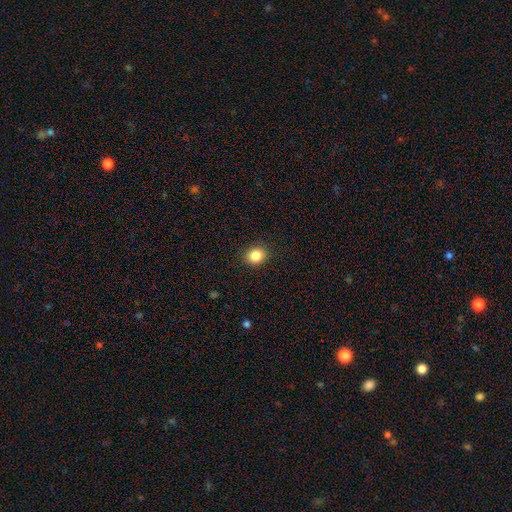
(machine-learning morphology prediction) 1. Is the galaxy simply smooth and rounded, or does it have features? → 85% smooth, 10% star or artifact, 5% featured or disk.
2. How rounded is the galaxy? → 68% round, 31% in between, 1% cigar-shaped.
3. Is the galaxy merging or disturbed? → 90% none, 7% minor disturbance, 2% major disturbance, 1% merger.